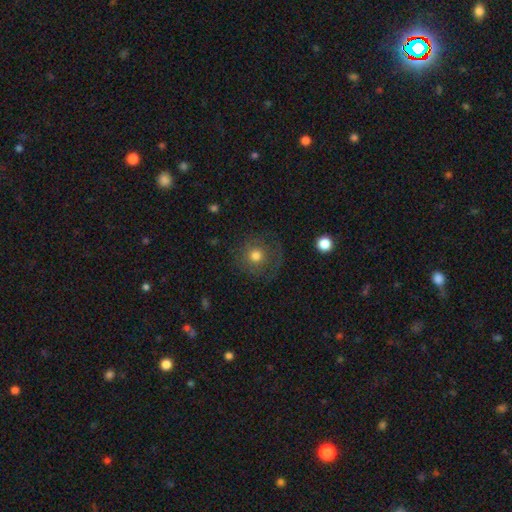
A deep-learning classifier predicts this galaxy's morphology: This is likely a smooth galaxy (67%). How rounded: clearly round (92%). Merging: likely none (74%).